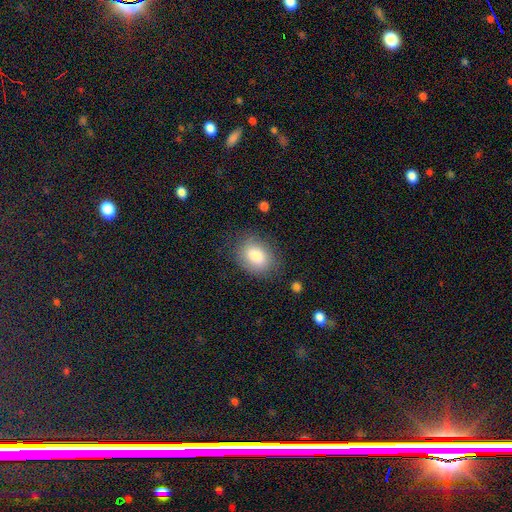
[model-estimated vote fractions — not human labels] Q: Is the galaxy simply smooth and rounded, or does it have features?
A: smooth — 82%.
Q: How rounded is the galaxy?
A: in between — 70%.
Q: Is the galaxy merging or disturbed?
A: none — 77%.